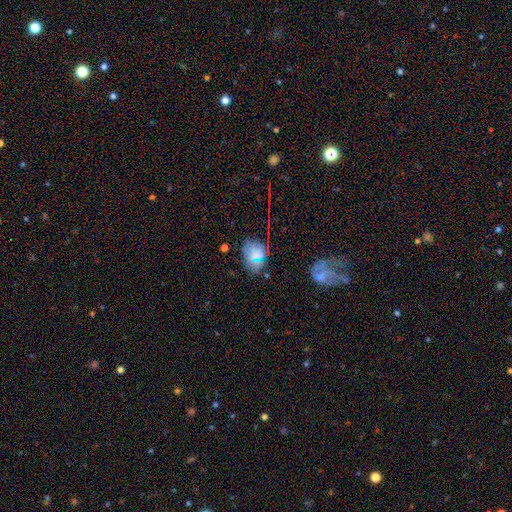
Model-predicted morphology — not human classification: Smooth or featured? Predicted: smooth (p=0.61). How rounded? Predicted: in between (p=0.65). Merging? Predicted: none (p=0.73).